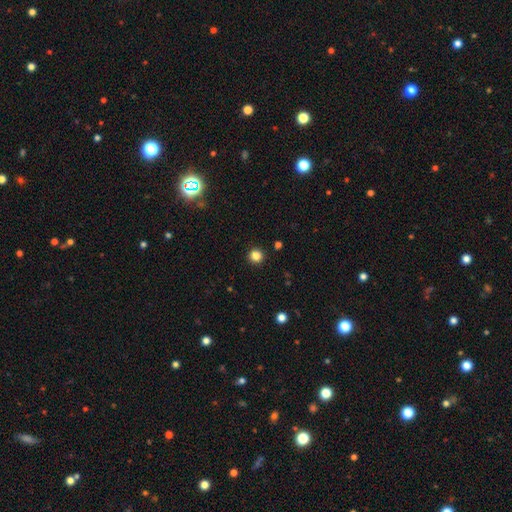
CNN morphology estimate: This is clearly a smooth galaxy (84%). How rounded: clearly round (95%). Merging: clearly none (93%).